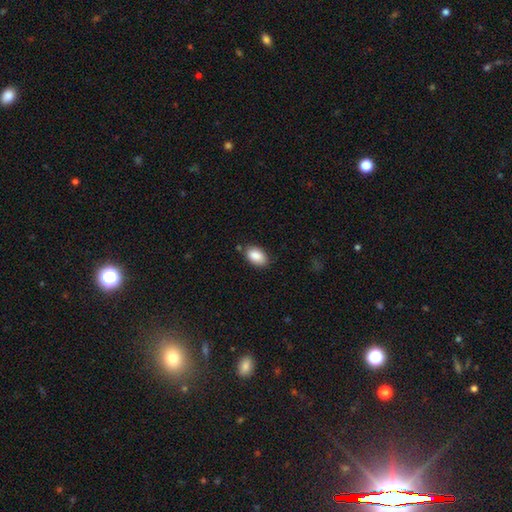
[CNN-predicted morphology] Smooth or featured: smooth — 88% (star or artifact — 7%)
How rounded: in between — 90% (round — 8%)
Merging: none — 80% (minor disturbance — 15%)